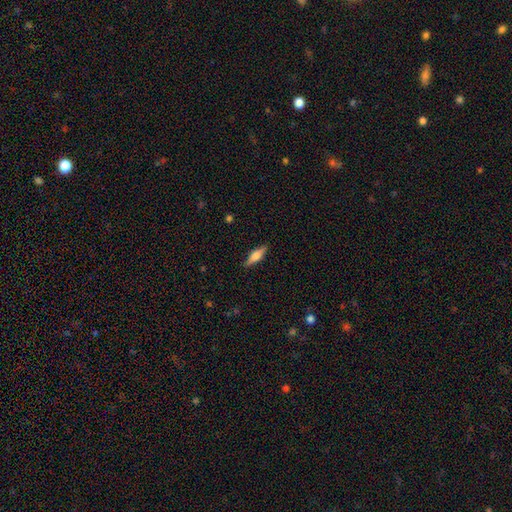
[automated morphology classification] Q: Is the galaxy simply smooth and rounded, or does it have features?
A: smooth — 62%.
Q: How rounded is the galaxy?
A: cigar-shaped — 52%.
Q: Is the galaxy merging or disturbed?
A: none — 87%.